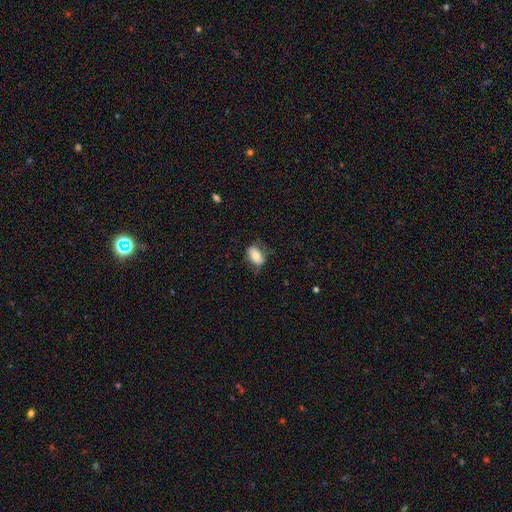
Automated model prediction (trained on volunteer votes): Morphology: type=smooth (71%); roundness=in between (88%); merging=none (62%).